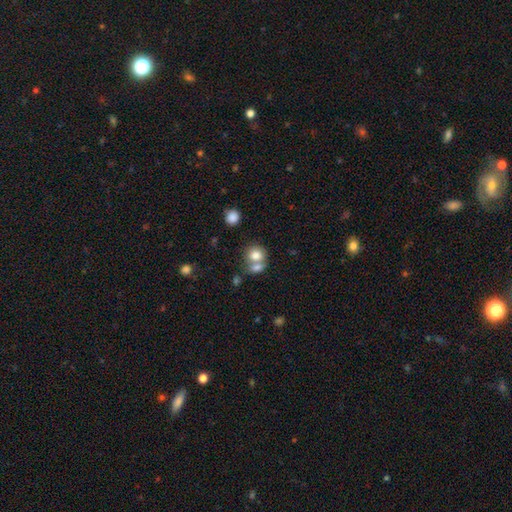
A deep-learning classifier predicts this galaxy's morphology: Smooth or featured?
  - smooth: 78% *
  - featured or disk: 12%
  - star or artifact: 10%
How rounded?
  - round: 71% *
  - in between: 28%
  - cigar-shaped: 1%
Merging?
  - merger: 48% *
  - none: 40%
  - minor disturbance: 9%
  - major disturbance: 4%